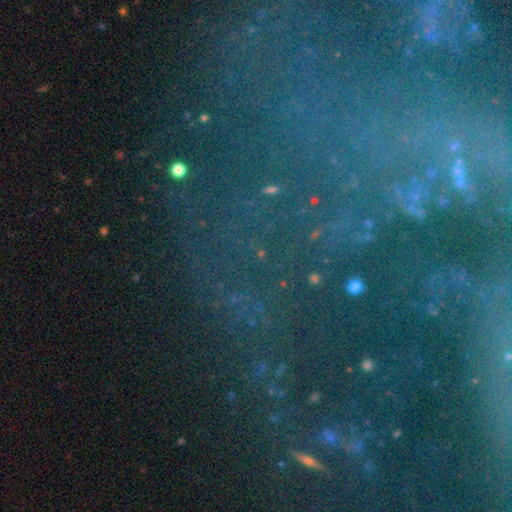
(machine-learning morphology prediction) A star or artifact, not a galaxy (59%).